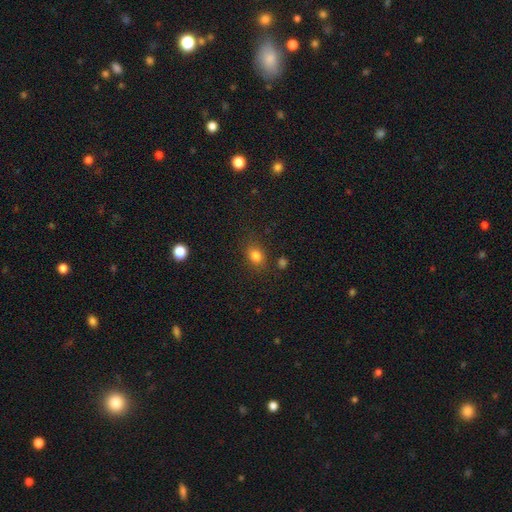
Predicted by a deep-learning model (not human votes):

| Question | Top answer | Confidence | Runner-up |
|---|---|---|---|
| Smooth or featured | smooth | 81% | star or artifact (13%) |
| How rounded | in between | 58% | round (41%) |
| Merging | none | 79% | minor disturbance (13%) |